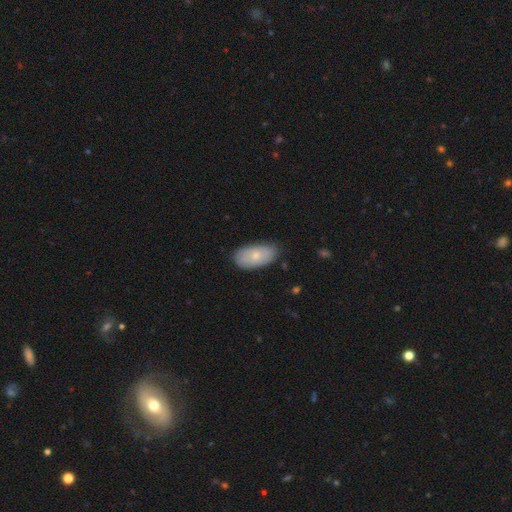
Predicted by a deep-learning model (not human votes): This appears to be a smooth galaxy with no disk features (69%) that is in between round and cigar-shaped (94%). Merging: none (77%).